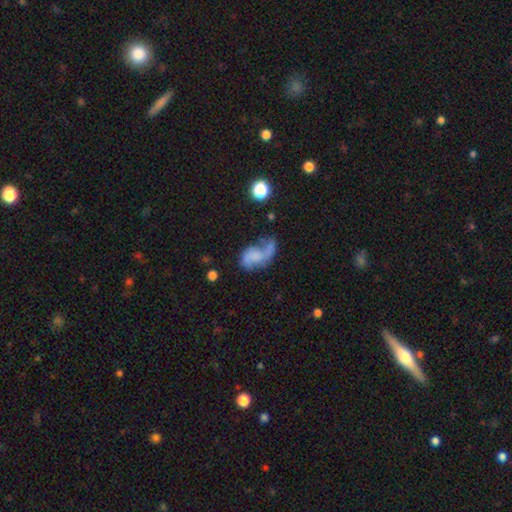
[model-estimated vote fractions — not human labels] Smooth or featured: featured or disk — 65% (smooth — 25%)
Edge-on disk: no — 97% (yes — 3%)
Bar: no — 63% (weak — 30%)
Spiral arms: yes — 85% (no — 15%)
Spiral winding: loose — 71% (medium — 23%)
Spiral arm count: 2 — 77% (1 — 15%)
Bulge size: none — 56% (small — 23%)
Merging: none — 35% (major disturbance — 27%)